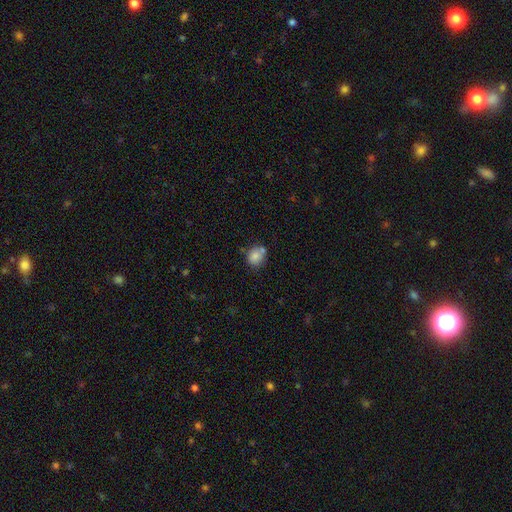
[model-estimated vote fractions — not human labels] Smooth or featured? smooth (81%)
How rounded? round (67%)
Merging? none (59%)